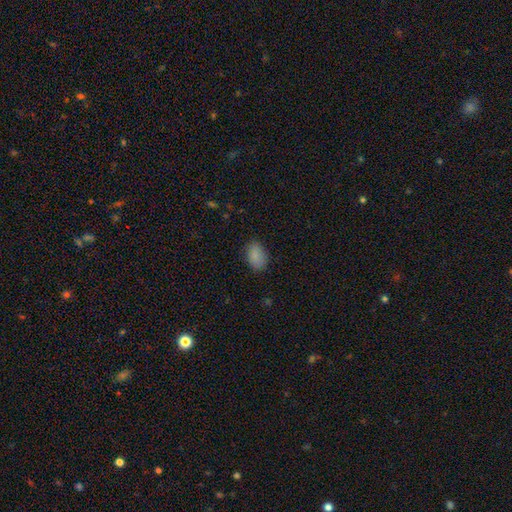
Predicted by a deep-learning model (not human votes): This is clearly a smooth galaxy (88%). How rounded: clearly in between (88%). Merging: clearly none (84%).